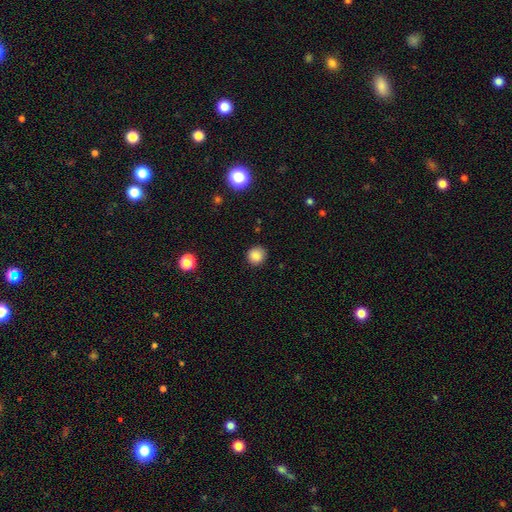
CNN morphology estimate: type=smooth (85%); roundness=round (90%); merging=none (89%).